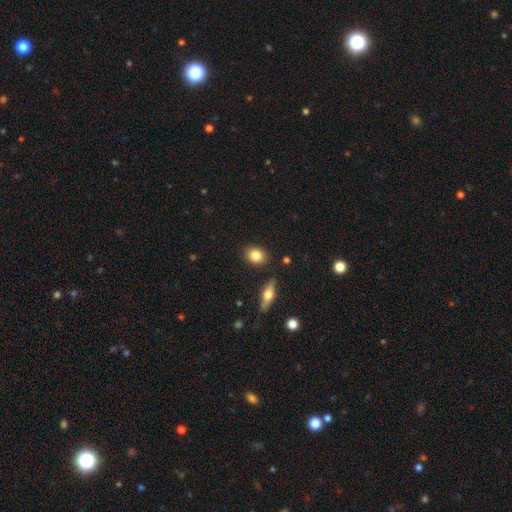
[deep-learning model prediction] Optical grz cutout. It shows a smooth galaxy with no disk features (82%) that is round (51%). Merging: none (86%).